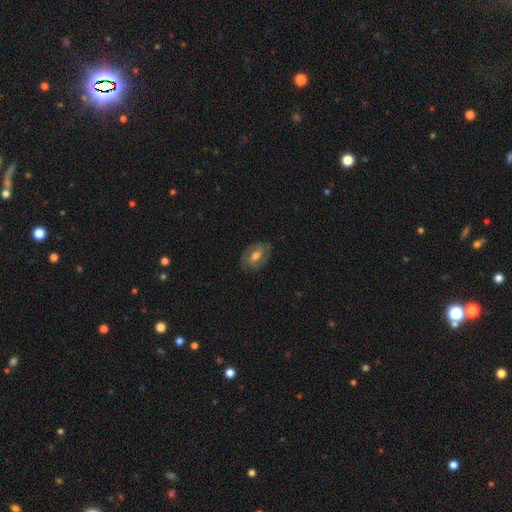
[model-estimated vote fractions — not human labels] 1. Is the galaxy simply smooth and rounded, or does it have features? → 49% featured or disk, 44% smooth, 7% star or artifact.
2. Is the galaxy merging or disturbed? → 78% none, 16% minor disturbance, 5% major disturbance, 1% merger.